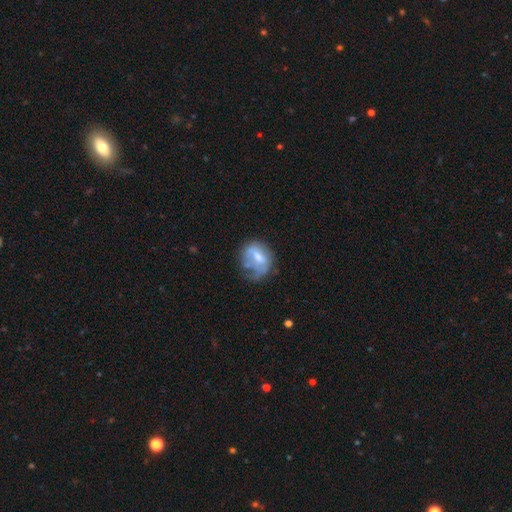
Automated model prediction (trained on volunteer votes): Overall: featured or disk (50%; smooth 41%). Edge-on disk: no (96%). Merging: none (36%; minor disturbance 30%).